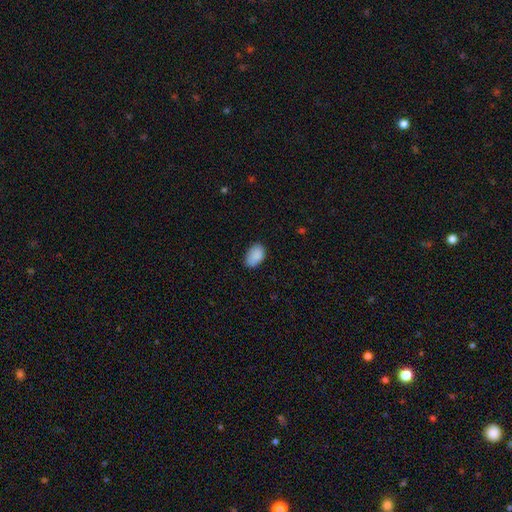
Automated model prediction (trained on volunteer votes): Q: Smooth or featured?
A: smooth (88%); runner-up: star or artifact (7%)
Q: How rounded?
A: in between (90%); runner-up: round (9%)
Q: Merging?
A: none (74%); runner-up: minor disturbance (21%)